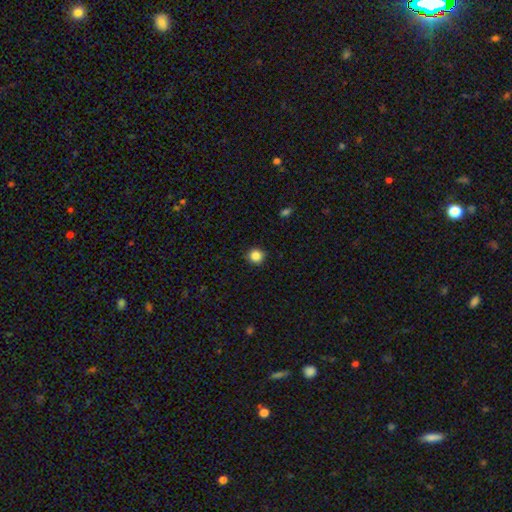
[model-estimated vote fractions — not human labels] This is clearly a smooth galaxy (86%). How rounded: clearly round (93%). Merging: clearly none (91%).